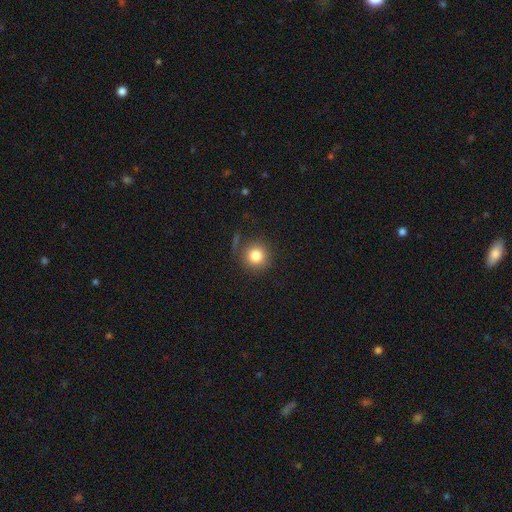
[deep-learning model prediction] Overall: smooth (83%). How rounded: round (93%). Merging: none (80%).